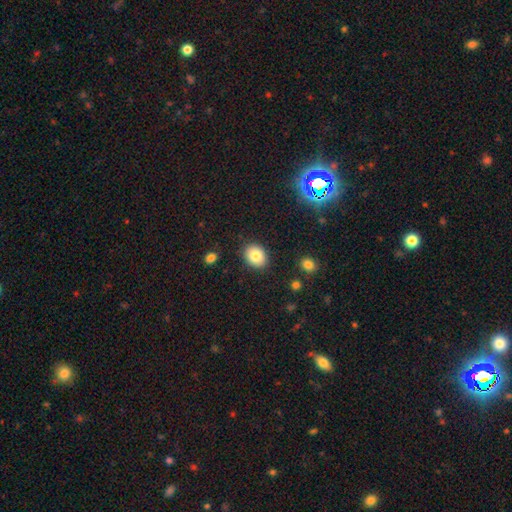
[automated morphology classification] Smooth or featured? Predicted: smooth (p=0.83). How rounded? Predicted: in between (p=0.50). Merging? Predicted: none (p=0.88).